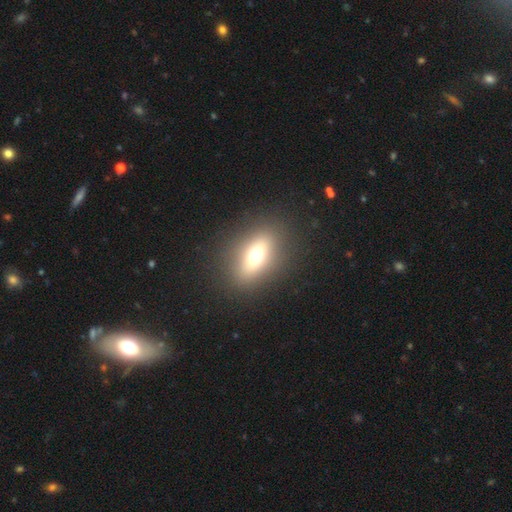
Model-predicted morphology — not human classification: This is likely a smooth galaxy (62%). How rounded: likely in between (71%). Merging: clearly none (87%).